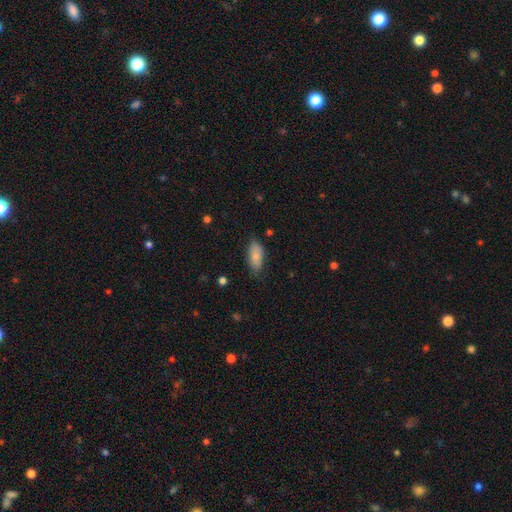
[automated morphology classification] Overall: smooth (78%). How rounded: in between (88%). Merging: none (77%).